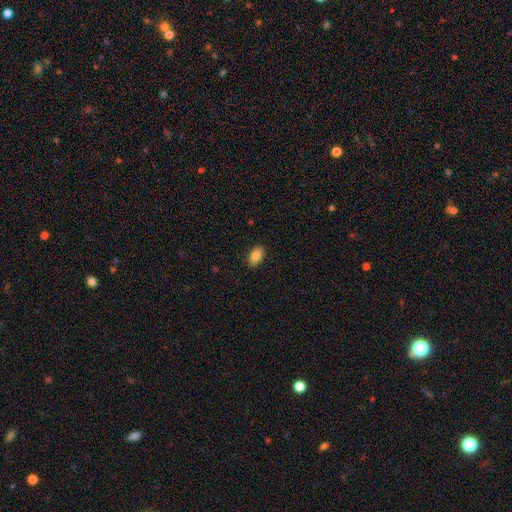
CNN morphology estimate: smooth 86%, star or artifact 8%, featured or disk 7%. Down the decision tree: how rounded — in between (92%); merging — none (88%).